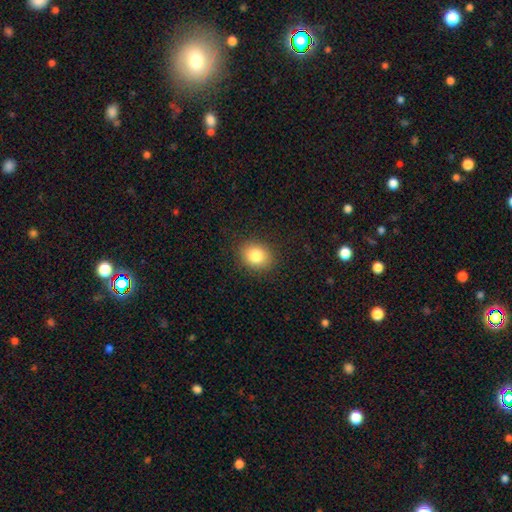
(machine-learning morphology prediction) Smooth or featured: smooth — 83% (star or artifact — 10%)
How rounded: round — 60% (in between — 39%)
Merging: none — 89% (minor disturbance — 8%)